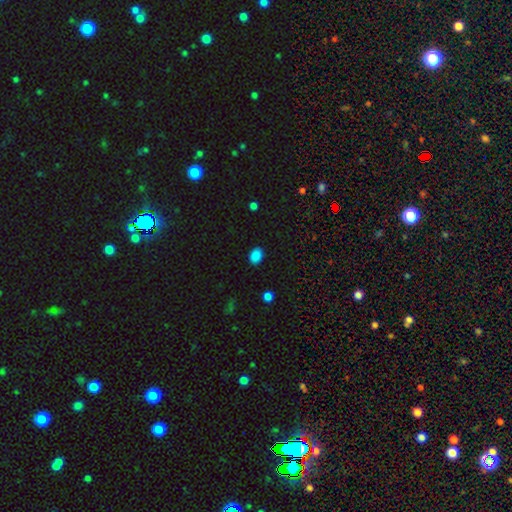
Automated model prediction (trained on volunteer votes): smooth-or-featured: smooth: 87% | star or artifact: 10% | featured or disk: 3%
  how-rounded: in between: 71% | round: 28% | cigar-shaped: 1%
  merging: none: 87% | minor disturbance: 10% | major disturbance: 2% | merger: 1%